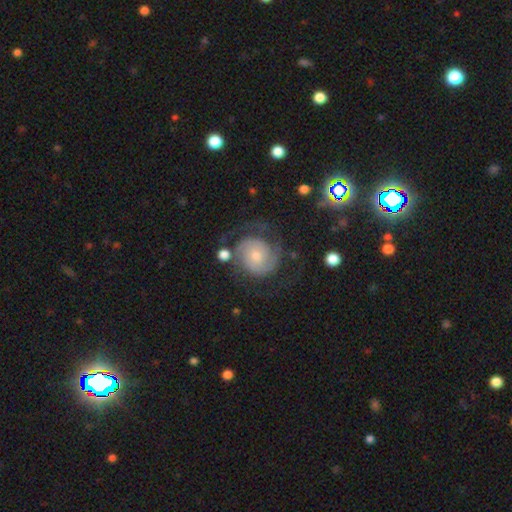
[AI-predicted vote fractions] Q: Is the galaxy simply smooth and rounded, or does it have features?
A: featured or disk — 81%.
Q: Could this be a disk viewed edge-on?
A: no — 98%.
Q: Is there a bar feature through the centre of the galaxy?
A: no — 73%.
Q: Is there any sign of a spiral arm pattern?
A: yes — 95%.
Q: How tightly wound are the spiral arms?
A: tight — 51%.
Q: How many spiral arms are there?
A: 2 — 73%.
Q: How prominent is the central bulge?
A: small — 60%.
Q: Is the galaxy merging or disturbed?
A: none — 65%.